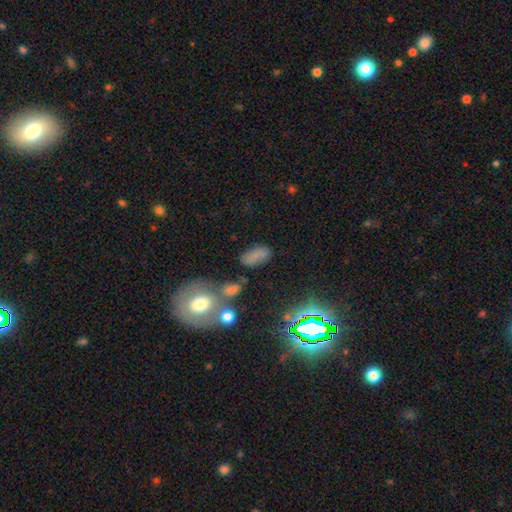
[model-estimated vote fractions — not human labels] A smooth galaxy with no disk features (72%) that is in between round and cigar-shaped (89%). Merging: none (67%).